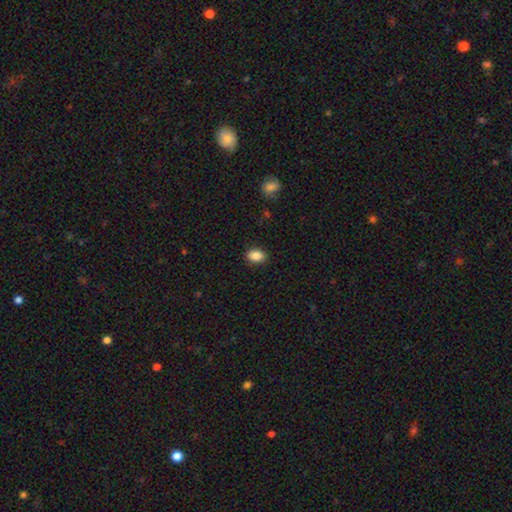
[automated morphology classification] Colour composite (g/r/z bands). It shows a smooth galaxy with no disk features (87%) that is in between round and cigar-shaped (81%). Merging: none (88%).